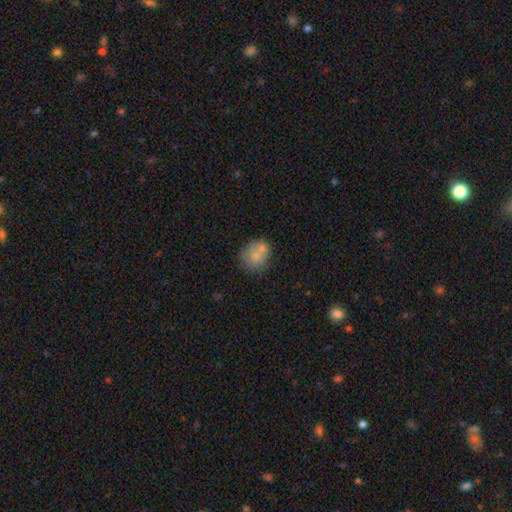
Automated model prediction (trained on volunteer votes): A smooth galaxy with no disk features (73%) that is round (77%).

Vote fractions:
- Smooth or featured? smooth: 73% / featured or disk: 19% / star or artifact: 8%
- How rounded? round: 77% / in between: 22% / cigar-shaped: 1%
- Merging? none: 48% / merger: 32% / minor disturbance: 15% / major disturbance: 5%